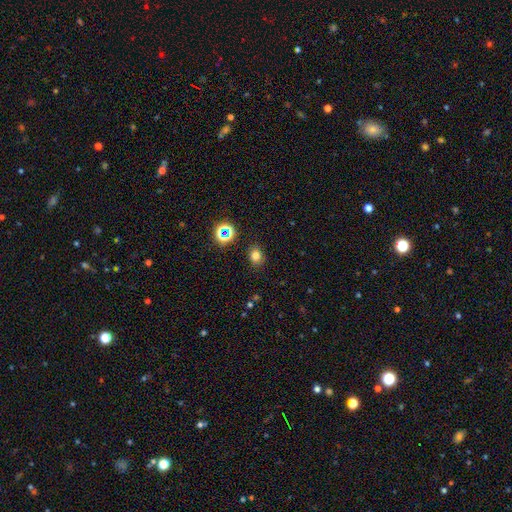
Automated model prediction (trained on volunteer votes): Smooth or featured? smooth (75%)
How rounded? round (55%)
Merging? none (86%)